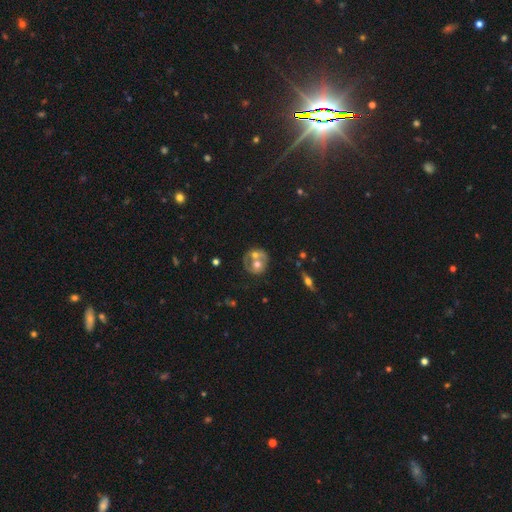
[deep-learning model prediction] Smooth or featured: featured or disk — 56% (smooth — 36%)
Edge-on disk: no — 96% (yes — 4%)
Bar: no — 87% (weak — 10%)
Spiral arms: no — 70% (yes — 30%)
Bulge size: moderate — 71% (small — 14%)
Merging: merger — 50% (none — 33%)